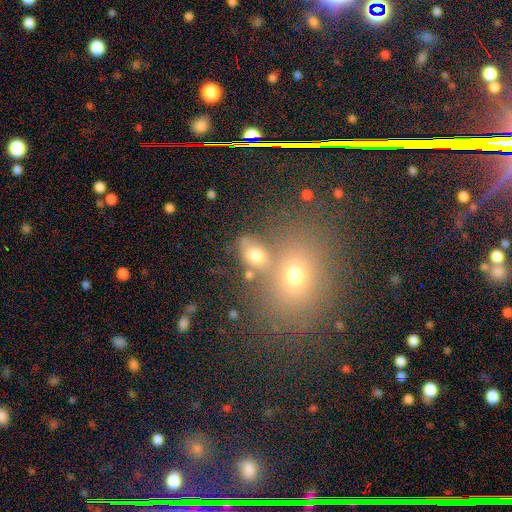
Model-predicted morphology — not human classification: Smooth or featured?
  - smooth: 70% *
  - star or artifact: 16%
  - featured or disk: 14%
How rounded?
  - in between: 64% *
  - round: 34%
  - cigar-shaped: 2%
Merging?
  - none: 45% *
  - merger: 36%
  - minor disturbance: 11%
  - major disturbance: 8%